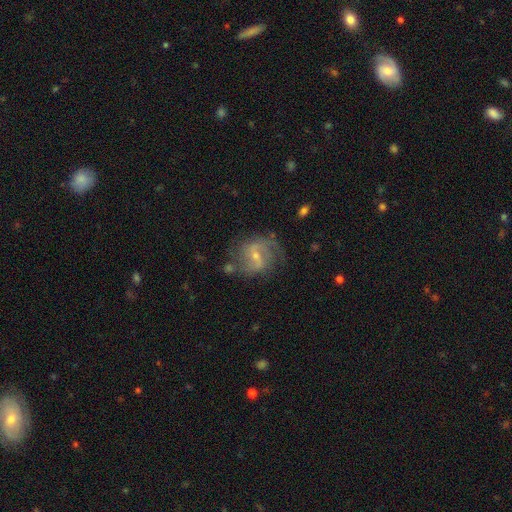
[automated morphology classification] Smooth or featured?
  - featured or disk: 75% *
  - smooth: 15%
  - star or artifact: 10%
Edge-on disk?
  - no: 96% *
  - yes: 4%
Bar?
  - weak: 53% *
  - no: 25%
  - strong: 22%
Spiral arms?
  - yes: 88% *
  - no: 12%
Spiral winding?
  - medium: 44% *
  - loose: 37%
  - tight: 20%
Spiral arm count?
  - 2: 71% *
  - can't tell: 16%
  - 1: 5%
  - 3: 5%
  - 4: 2%
  - more than 4: 2%
Bulge size?
  - small: 60% *
  - moderate: 35%
  - none: 3%
  - large: 1%
  - dominant: 1%
Merging?
  - none: 67% *
  - minor disturbance: 19%
  - major disturbance: 10%
  - merger: 4%